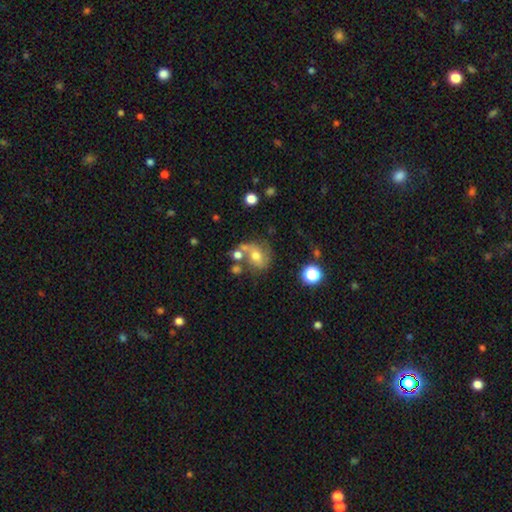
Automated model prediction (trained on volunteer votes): A smooth galaxy with no disk features (46%). Merging: none (47%).